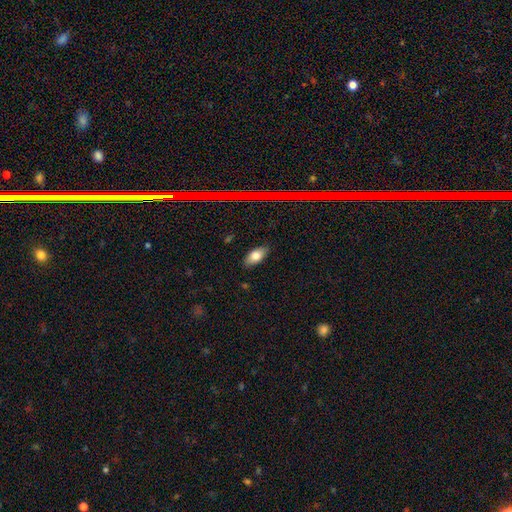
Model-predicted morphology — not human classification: Overall: smooth (77%). How rounded: in between (90%). Merging: none (86%).